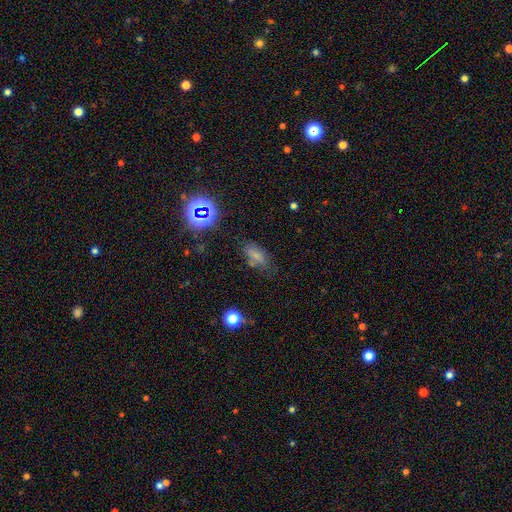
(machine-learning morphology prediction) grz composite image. It shows a smooth galaxy with no disk features (68%) that is in between round and cigar-shaped (85%). Merging: none (64%).